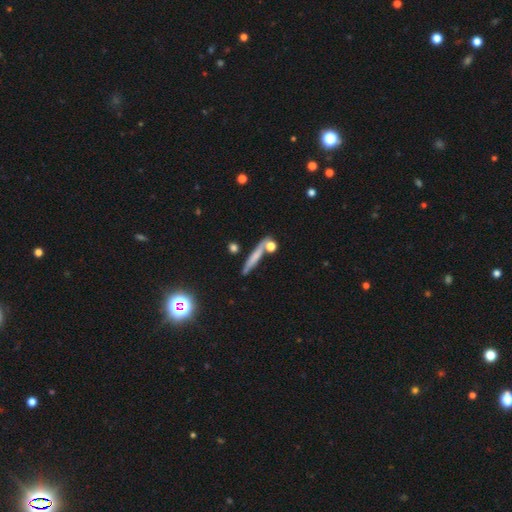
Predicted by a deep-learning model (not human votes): smooth_or_featured: smooth (p=0.55) [alt: featured or disk p=0.33]
how_rounded: cigar-shaped (p=0.86) [alt: in between p=0.07]
merging: none (p=0.74) [alt: minor disturbance p=0.12]